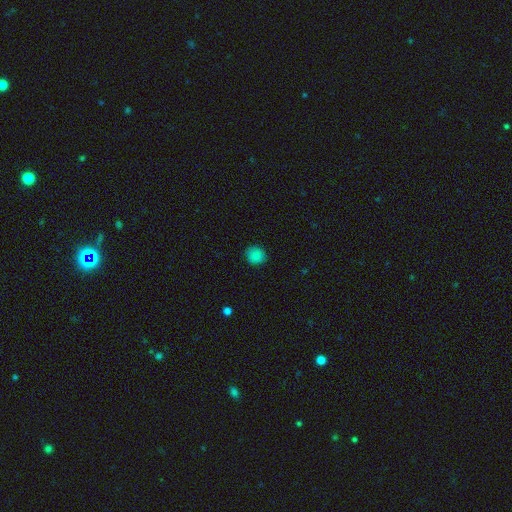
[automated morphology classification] A smooth galaxy with no disk features (85%) that is round (86%).

Vote fractions:
- Smooth or featured? smooth: 85% / star or artifact: 12% / featured or disk: 3%
- How rounded? round: 86% / in between: 13% / cigar-shaped: 1%
- Merging? none: 89% / minor disturbance: 8% / major disturbance: 2% / merger: 1%